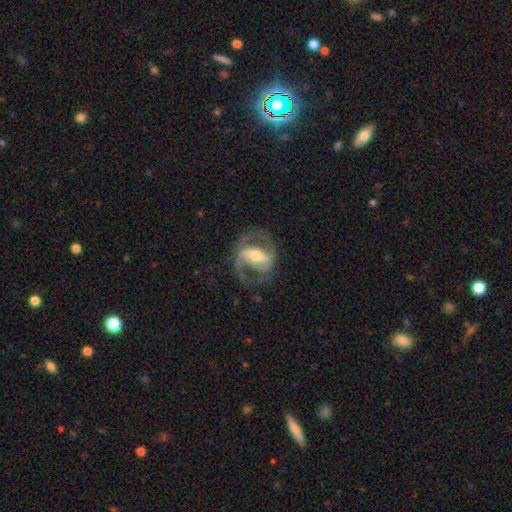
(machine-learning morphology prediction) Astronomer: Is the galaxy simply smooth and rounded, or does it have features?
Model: featured or disk — 89%.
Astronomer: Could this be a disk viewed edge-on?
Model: no — 97%.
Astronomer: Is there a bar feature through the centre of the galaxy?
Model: strong — 55% (runner-up: weak, 32%).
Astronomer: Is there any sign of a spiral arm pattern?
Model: yes — 94%.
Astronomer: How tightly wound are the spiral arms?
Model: medium — 57%.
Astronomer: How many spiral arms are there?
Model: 2 — 88%.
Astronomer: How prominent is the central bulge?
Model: moderate — 60%.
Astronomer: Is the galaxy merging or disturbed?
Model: none — 68%.